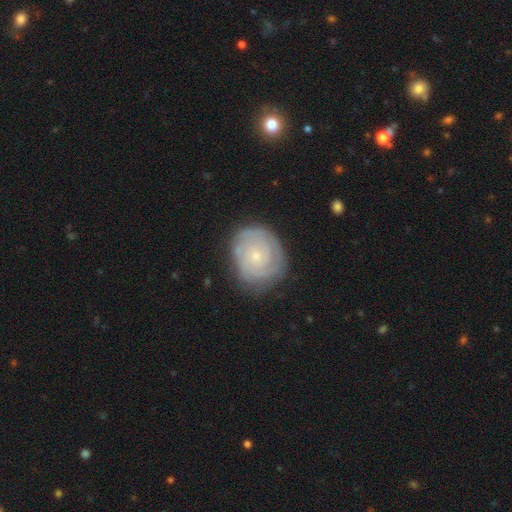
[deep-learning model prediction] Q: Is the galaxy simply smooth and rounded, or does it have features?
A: featured or disk — 73%.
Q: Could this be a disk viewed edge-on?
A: no — 98%.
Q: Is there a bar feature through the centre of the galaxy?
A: no — 81%.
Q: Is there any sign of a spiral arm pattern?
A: yes — 91%.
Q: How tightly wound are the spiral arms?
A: tight — 78%.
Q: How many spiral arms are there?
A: can't tell — 39%.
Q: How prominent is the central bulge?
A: small — 79%.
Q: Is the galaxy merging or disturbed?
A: none — 77%.